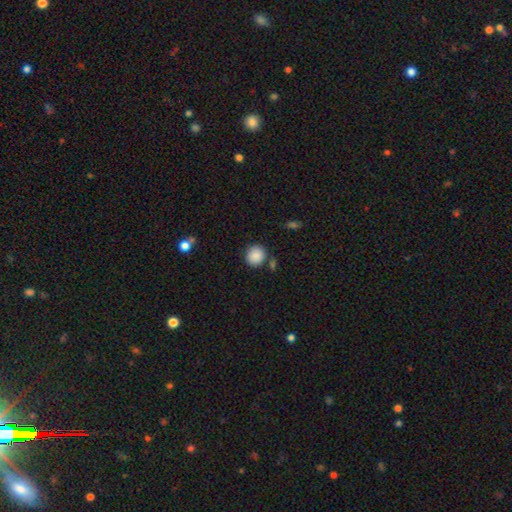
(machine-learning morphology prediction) Q: Smooth or featured?
A: smooth (88%); runner-up: star or artifact (8%)
Q: How rounded?
A: round (84%); runner-up: in between (15%)
Q: Merging?
A: none (80%); runner-up: minor disturbance (10%)